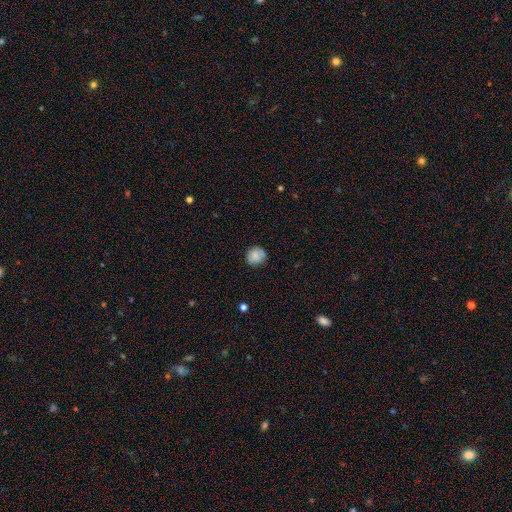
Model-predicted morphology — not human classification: A smooth galaxy with no disk features (75%) that is round (86%). Merging: none (80%).